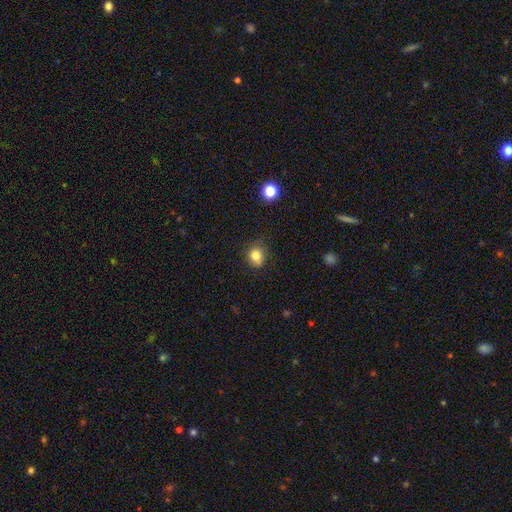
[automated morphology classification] Smooth or featured?
  - smooth: 82% *
  - star or artifact: 12%
  - featured or disk: 7%
How rounded?
  - round: 70% *
  - in between: 29%
  - cigar-shaped: 1%
Merging?
  - none: 79% *
  - minor disturbance: 16%
  - major disturbance: 3%
  - merger: 2%